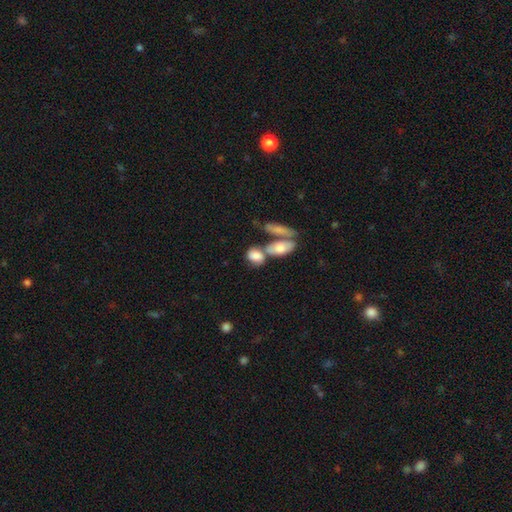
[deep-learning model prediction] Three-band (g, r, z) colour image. It shows a smooth galaxy with no disk features (75%) that is in between round and cigar-shaped (76%). Merging: merger (46%).